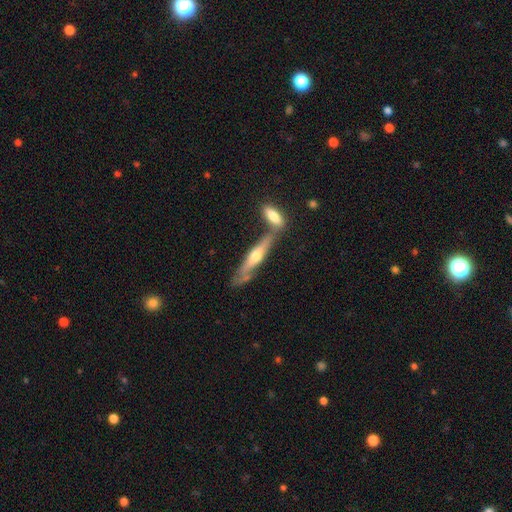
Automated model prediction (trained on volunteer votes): This appears to be a featured or disk galaxy (58%) viewed edge-on (88%) with a rounded central bulge (86%). Merging: none (56%).